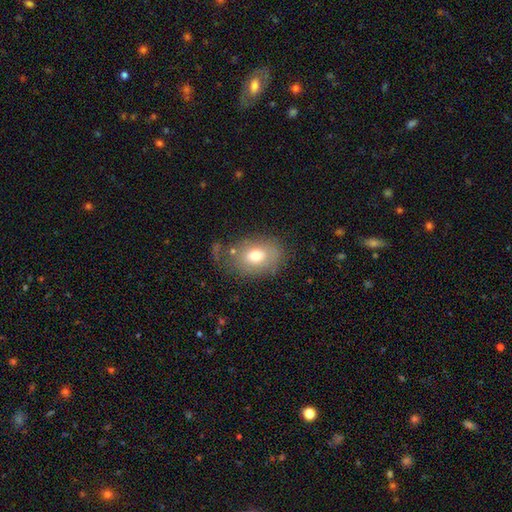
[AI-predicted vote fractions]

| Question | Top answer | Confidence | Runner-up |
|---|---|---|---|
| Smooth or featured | smooth | 68% | featured or disk (22%) |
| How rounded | in between | 71% | round (28%) |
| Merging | none | 65% | minor disturbance (21%) |